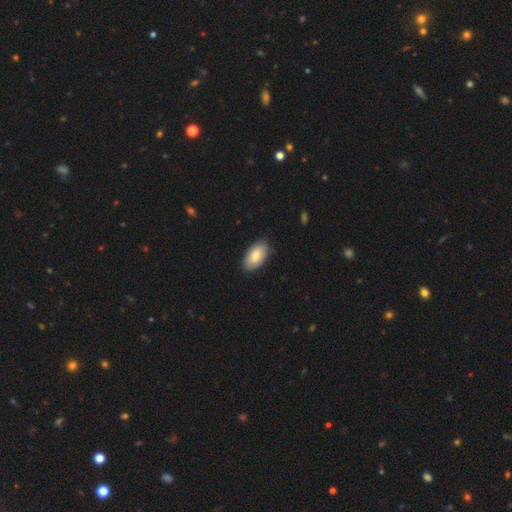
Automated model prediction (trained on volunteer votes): This appears to be a smooth galaxy with no disk features (82%) that is in between round and cigar-shaped (95%). Merging: none (84%).